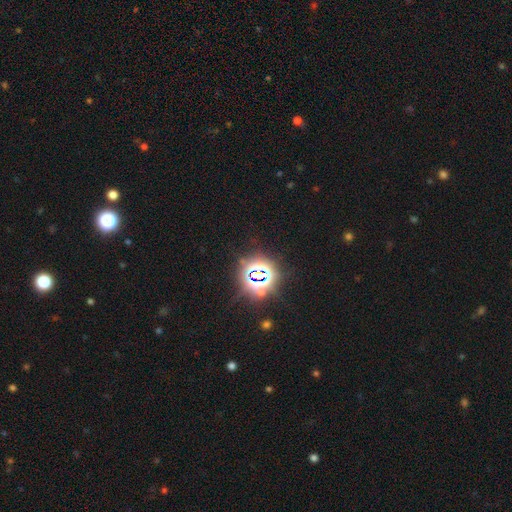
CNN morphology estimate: smooth-or-featured: star or artifact: 82% | smooth: 12% | featured or disk: 6%